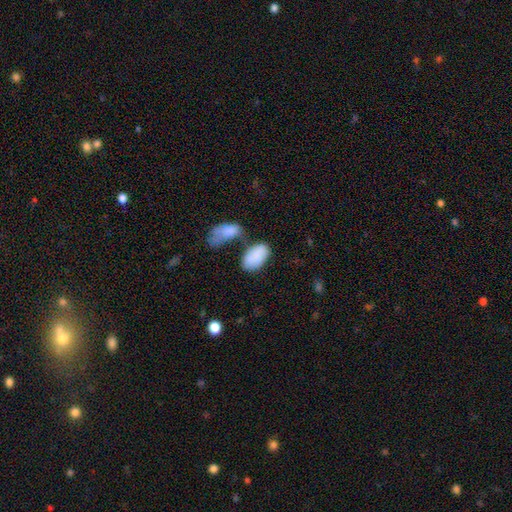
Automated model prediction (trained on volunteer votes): This is clearly a smooth galaxy (84%). How rounded: clearly in between (94%). Merging: possibly none (46%).